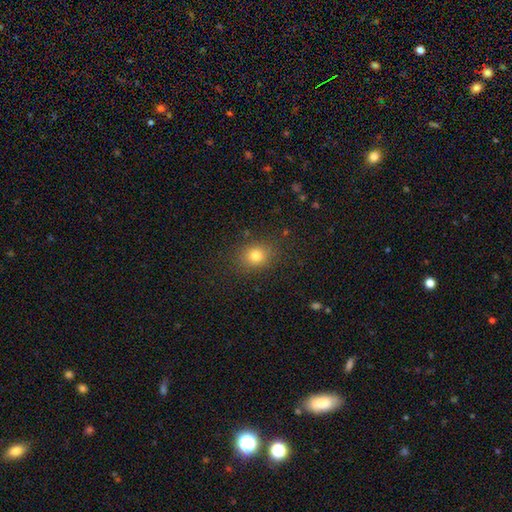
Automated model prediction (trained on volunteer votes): This is likely a smooth galaxy (80%). How rounded: likely round (63%). Merging: clearly none (85%).